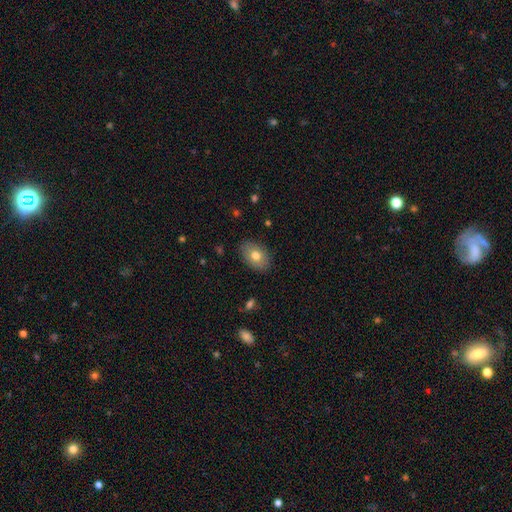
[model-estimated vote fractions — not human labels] smooth-or-featured: smooth: 76% | featured or disk: 16% | star or artifact: 7%
  how-rounded: in between: 85% | round: 14% | cigar-shaped: 1%
  merging: none: 86% | minor disturbance: 10% | major disturbance: 2% | merger: 1%